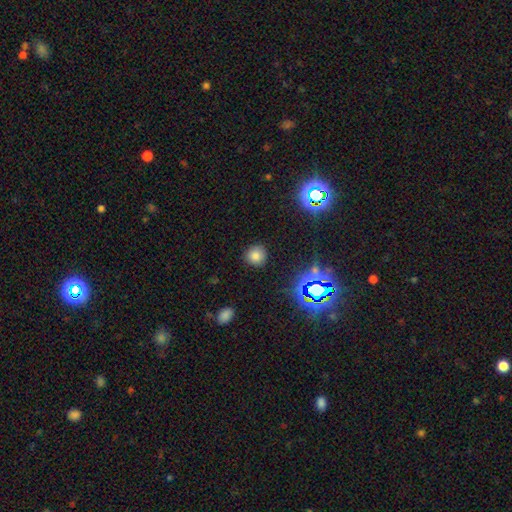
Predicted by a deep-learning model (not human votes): Smooth or featured: smooth — 74% (star or artifact — 19%)
How rounded: round — 91% (in between — 7%)
Merging: none — 88% (minor disturbance — 8%)